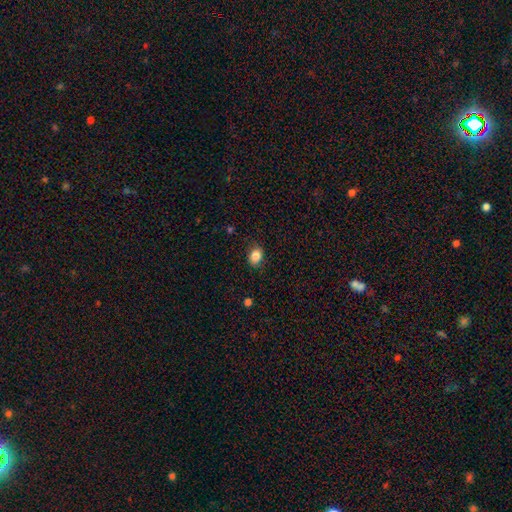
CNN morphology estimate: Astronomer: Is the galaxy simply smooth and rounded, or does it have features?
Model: smooth — 86%.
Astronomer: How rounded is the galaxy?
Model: in between — 59% (runner-up: round, 40%).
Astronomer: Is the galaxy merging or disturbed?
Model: none — 83%.